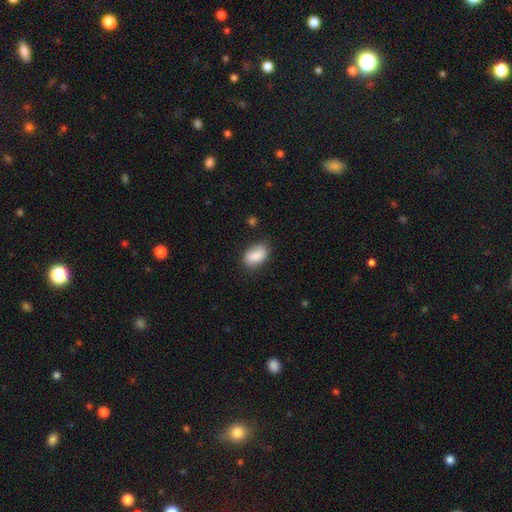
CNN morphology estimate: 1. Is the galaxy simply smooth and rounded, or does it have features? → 87% smooth, 7% star or artifact, 5% featured or disk.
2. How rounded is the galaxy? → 90% in between, 7% round, 2% cigar-shaped.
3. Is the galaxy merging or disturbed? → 75% none, 19% minor disturbance, 4% major disturbance, 2% merger.